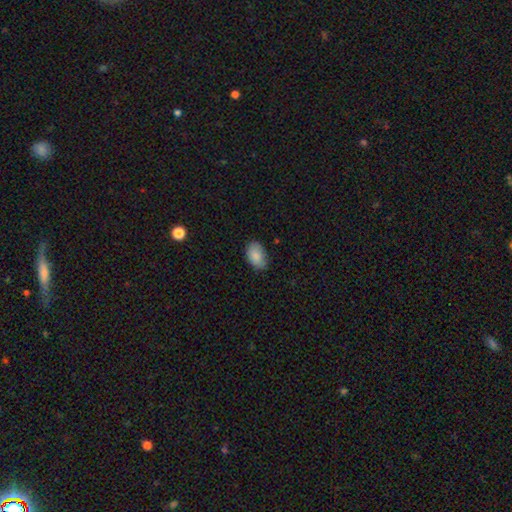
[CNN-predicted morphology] type=smooth (87%); roundness=in between (91%); merging=none (77%).